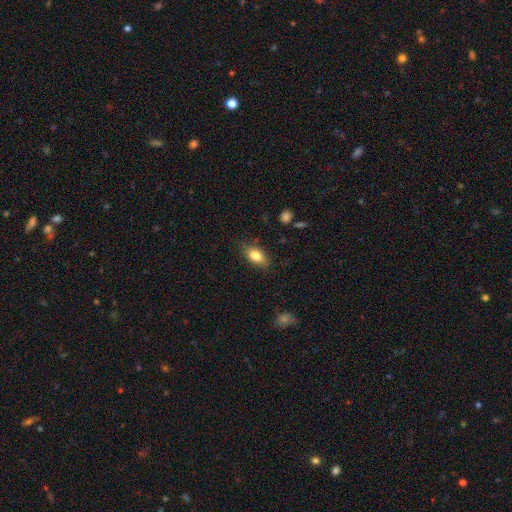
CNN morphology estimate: A smooth galaxy with no disk features (81%) that is in between round and cigar-shaped (87%).

Vote fractions:
- Smooth or featured? smooth: 81% / featured or disk: 11% / star or artifact: 7%
- How rounded? in between: 87% / round: 7% / cigar-shaped: 6%
- Merging? none: 82% / minor disturbance: 14% / major disturbance: 3% / merger: 1%